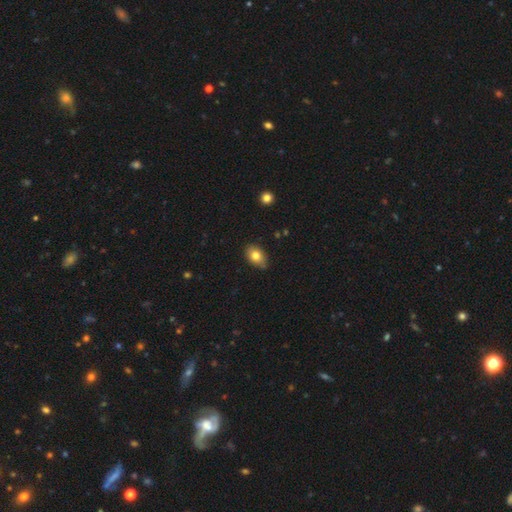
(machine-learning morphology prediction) Q: Smooth or featured?
A: smooth (79%); runner-up: featured or disk (12%)
Q: How rounded?
A: in between (83%); runner-up: round (15%)
Q: Merging?
A: none (75%); runner-up: minor disturbance (21%)